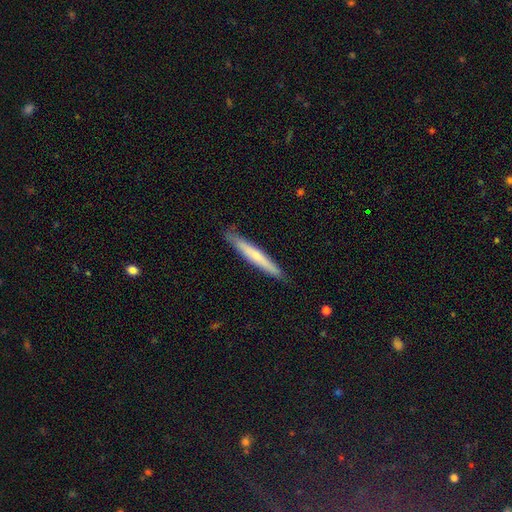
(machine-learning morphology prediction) The model was most divided on "smooth or featured": smooth: 57%, featured or disk: 37%, star or artifact: 6%. More confident: how rounded — cigar-shaped (96%); merging — none (87%).